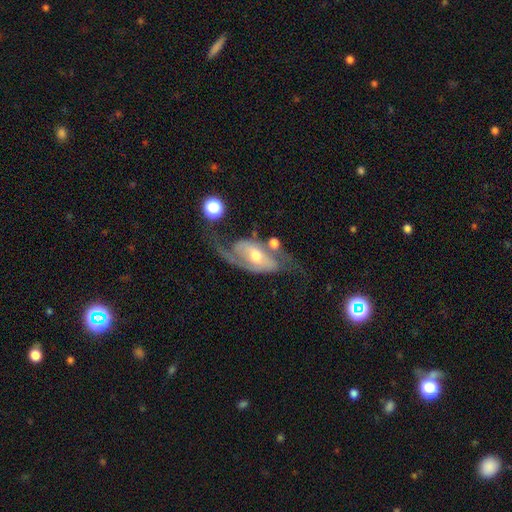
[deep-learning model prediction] Overall: featured or disk (85%). Edge-on disk: no (95%). Bar: no (40%, tied with weak). Spiral arms: yes (93%). Spiral arm count: 2 (82%). Spiral winding: medium (45%; loose 37%). Bulge size: moderate (64%; small 28%). Merging: none (54%; minor disturbance 19%).